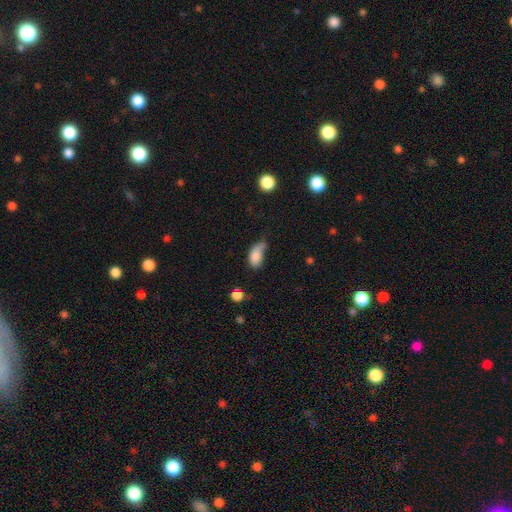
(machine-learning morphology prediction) Smooth or featured? Predicted: smooth (p=0.81). How rounded? Predicted: in between (p=0.90). Merging? Predicted: minor disturbance (p=0.41).